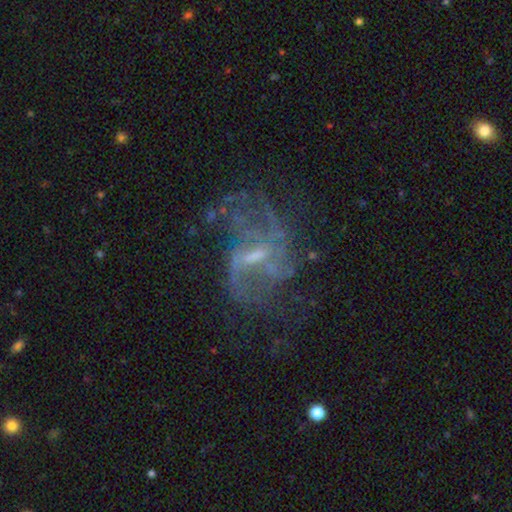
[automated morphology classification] Smooth or featured? Predicted: featured or disk (p=0.80). Edge-on disk? Predicted: no (p=0.97). Bar? Predicted: weak (p=0.56). Spiral arms? Predicted: yes (p=0.80). Spiral winding? Predicted: loose (p=0.52). Spiral arm count? Predicted: can't tell (p=0.34). Bulge size? Predicted: small (p=0.50). Merging? Predicted: none (p=0.47).